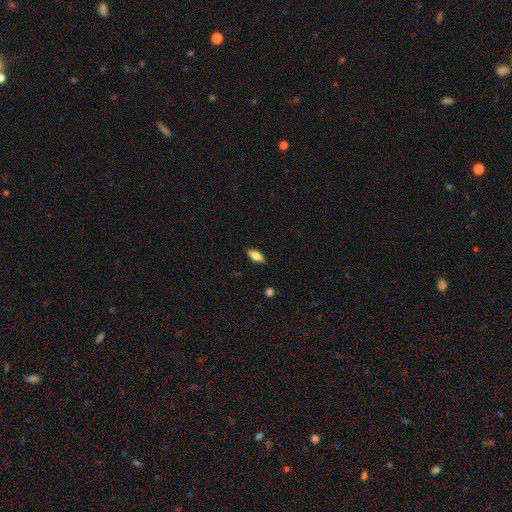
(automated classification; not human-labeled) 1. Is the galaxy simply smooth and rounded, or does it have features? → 69% smooth, 24% featured or disk, 7% star or artifact.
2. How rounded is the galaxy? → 77% in between, 20% cigar-shaped, 3% round.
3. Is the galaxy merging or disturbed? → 88% none, 9% minor disturbance, 2% major disturbance, 1% merger.